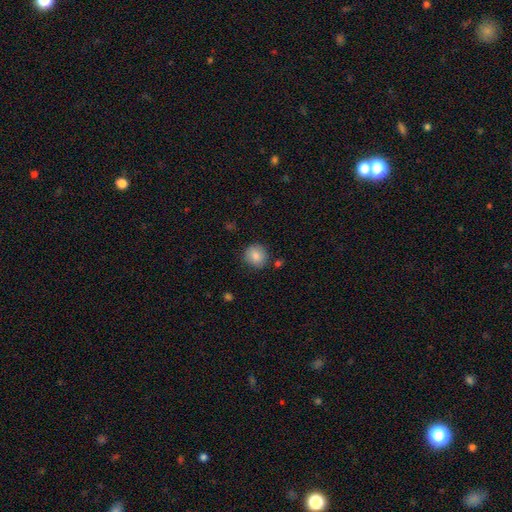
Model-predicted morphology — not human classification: Smooth or featured: smooth — 84% (star or artifact — 8%)
How rounded: round — 85% (in between — 14%)
Merging: none — 82% (minor disturbance — 12%)